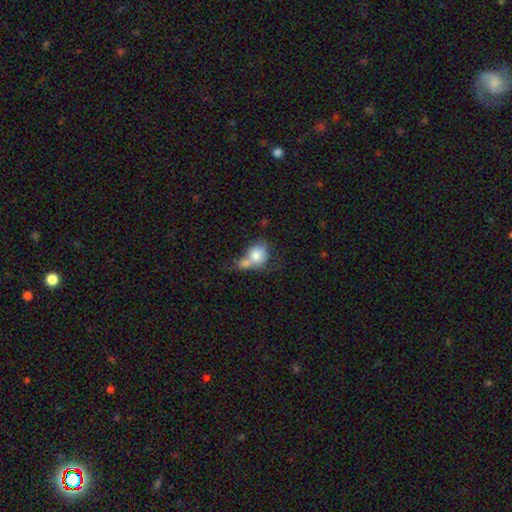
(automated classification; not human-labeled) Morphology: type=smooth (75%); roundness=round (59%); merging=merger (63%).